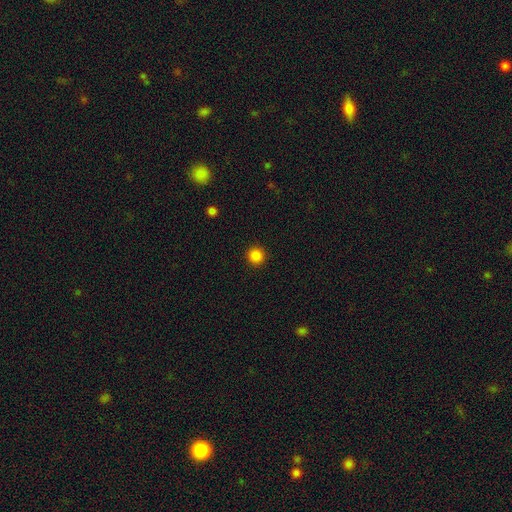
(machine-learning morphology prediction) type=smooth (85%); roundness=round (95%); merging=none (93%).